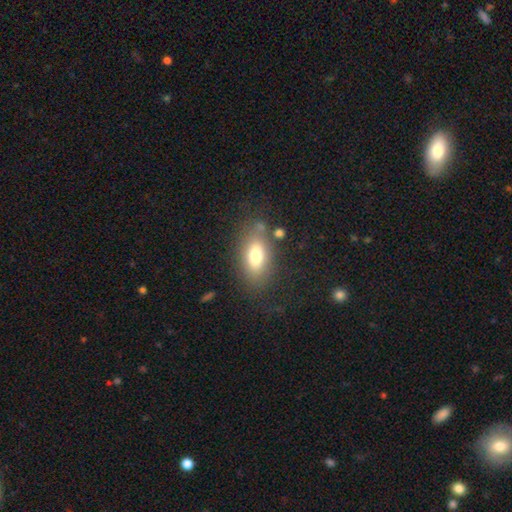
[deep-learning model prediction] The model was most divided on "smooth or featured": smooth: 72%, featured or disk: 18%, star or artifact: 10%. More confident: how rounded — in between (85%); merging — none (74%).